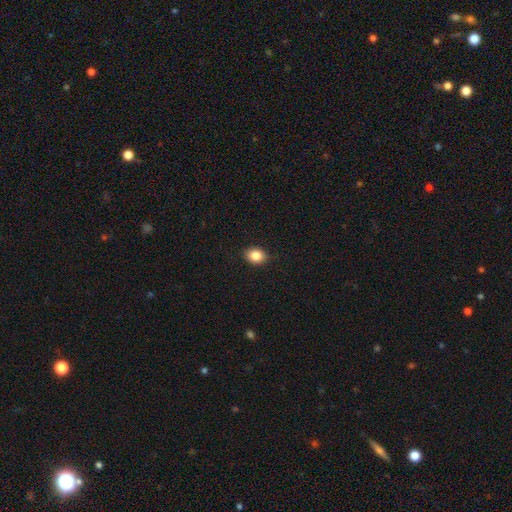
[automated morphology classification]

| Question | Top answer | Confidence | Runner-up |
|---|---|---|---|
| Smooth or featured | smooth | 86% | star or artifact (9%) |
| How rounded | in between | 58% | round (41%) |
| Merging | none | 89% | minor disturbance (8%) |